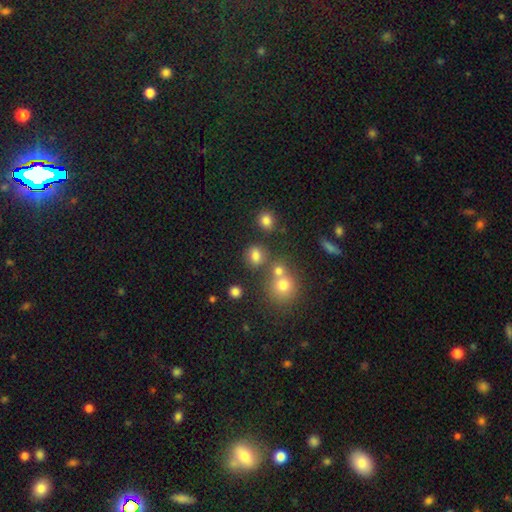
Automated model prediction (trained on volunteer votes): A smooth galaxy with no disk features (75%) that is round (69%). Merging: none (70%).